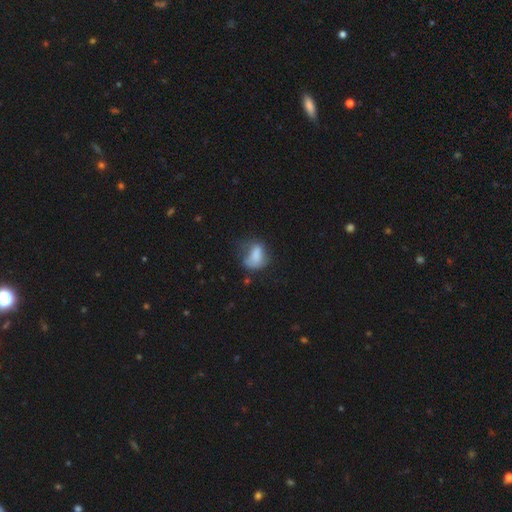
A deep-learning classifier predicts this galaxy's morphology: smooth_or_featured: smooth (p=0.68) [alt: featured or disk p=0.21]
how_rounded: in between (p=0.75) [alt: round p=0.23]
merging: major disturbance (p=0.34) [alt: minor disturbance p=0.31]